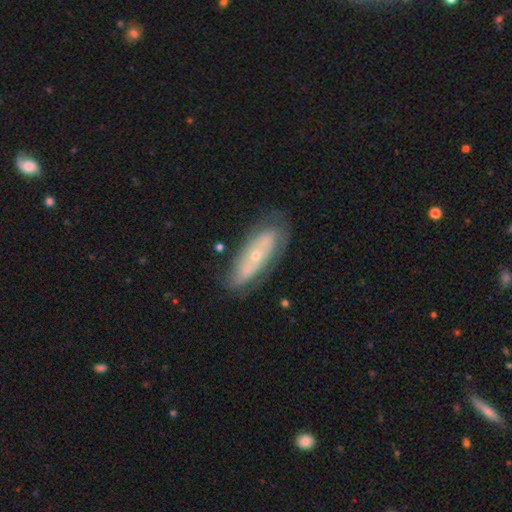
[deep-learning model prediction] A featured or disk galaxy (61%).

Vote fractions:
- Smooth or featured? featured or disk: 61% / smooth: 32% / star or artifact: 7%
- Edge-on disk? no: 80% / yes: 20%
- Merging? none: 68% / minor disturbance: 21% / major disturbance: 8% / merger: 3%